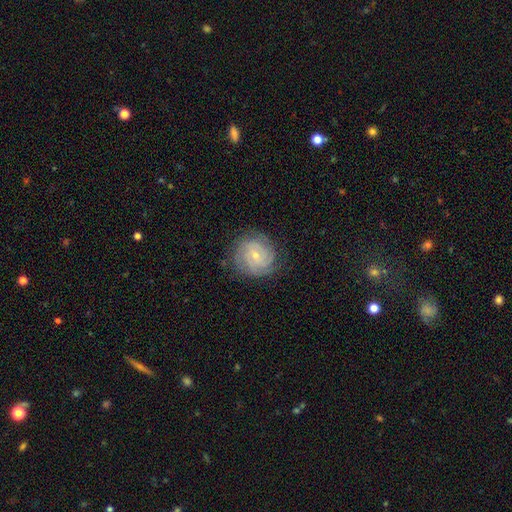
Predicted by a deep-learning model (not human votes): Morphology: type=featured or disk (83%); edge-on=no (98%); bar=no (53%); spiral arms=yes (97%); winding=tight (75%); arm count=3 (30%); bulge=small (71%); merging=none (81%).